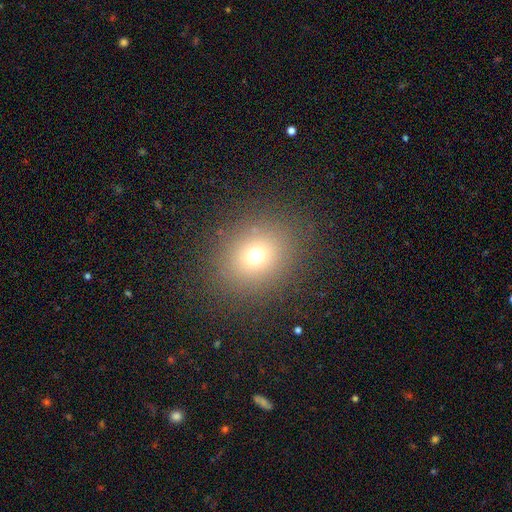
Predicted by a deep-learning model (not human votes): This appears to be a smooth galaxy with no disk features (69%) that is round (75%). Merging: none (86%).